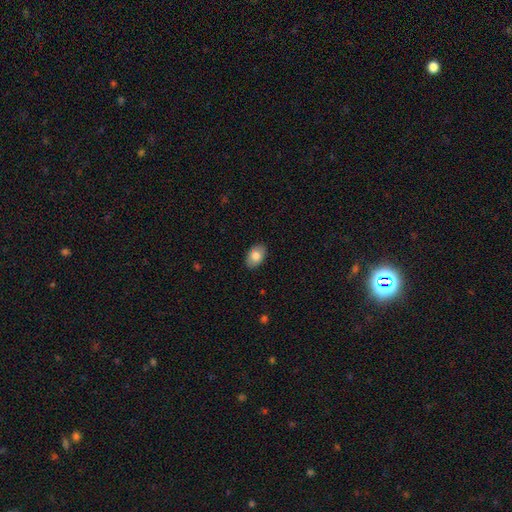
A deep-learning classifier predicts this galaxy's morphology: Smooth or featured? Predicted: smooth (p=0.81). How rounded? Predicted: in between (p=0.88). Merging? Predicted: none (p=0.88).